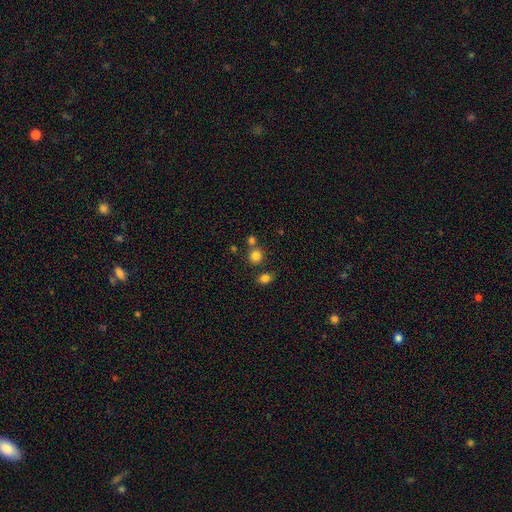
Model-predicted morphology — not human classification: smooth_or_featured: smooth (p=0.81) [alt: star or artifact p=0.13]
how_rounded: round (p=0.86) [alt: in between p=0.13]
merging: none (p=0.69) [alt: merger p=0.19]